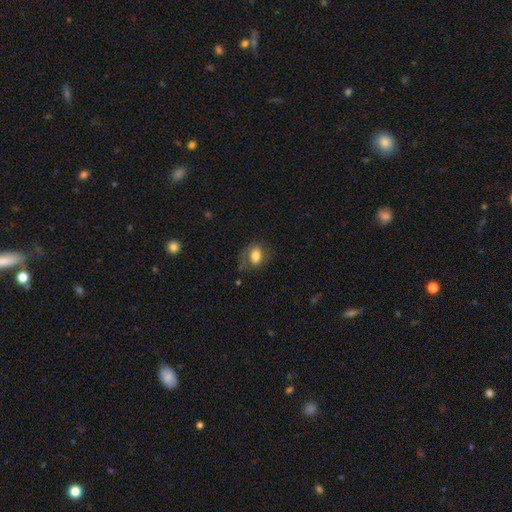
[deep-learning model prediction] Smooth or featured? Predicted: smooth (p=0.68). How rounded? Predicted: in between (p=0.75). Merging? Predicted: none (p=0.59).